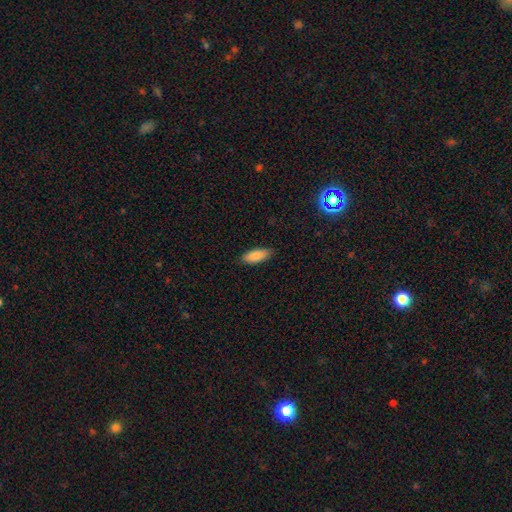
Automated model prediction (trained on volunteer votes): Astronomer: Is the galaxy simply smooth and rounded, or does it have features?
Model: smooth — 88%.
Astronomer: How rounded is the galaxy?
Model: in between — 75%.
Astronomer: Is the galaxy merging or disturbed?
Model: none — 88%.